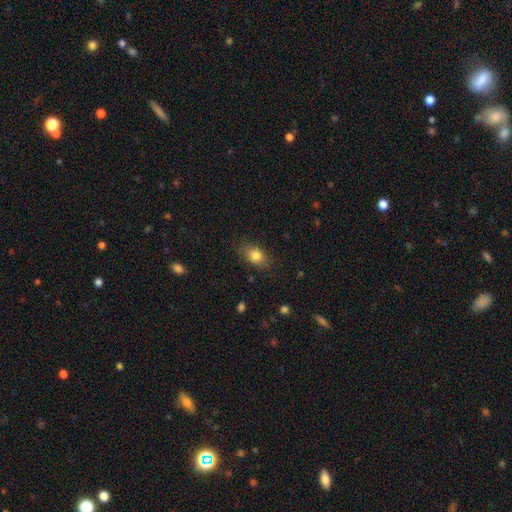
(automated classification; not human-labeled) This is clearly a smooth galaxy (81%). How rounded: likely in between (77%). Merging: likely none (80%).